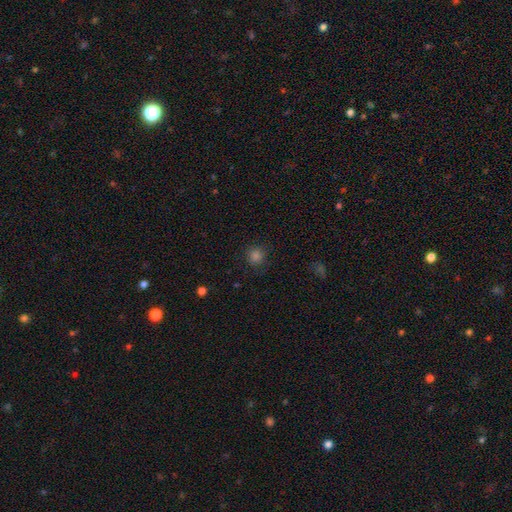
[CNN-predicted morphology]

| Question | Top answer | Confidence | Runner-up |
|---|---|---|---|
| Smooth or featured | smooth | 77% | star or artifact (18%) |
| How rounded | round | 93% | in between (6%) |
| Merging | none | 88% | minor disturbance (8%) |